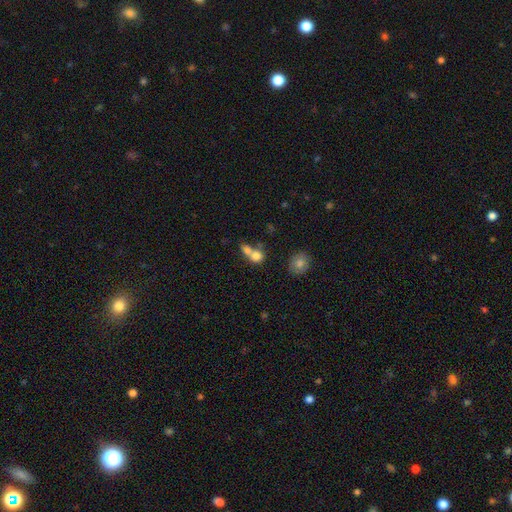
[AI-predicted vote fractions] Overall: smooth (76%). How rounded: round (62%; in between 35%). Merging: merger (64%; none 26%).